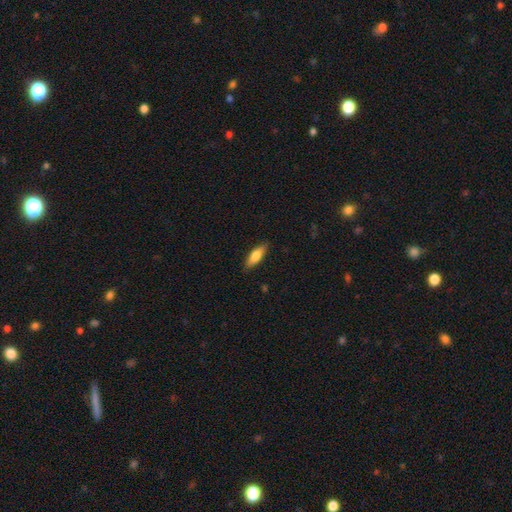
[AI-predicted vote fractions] A smooth galaxy with no disk features (74%) that is in between round and cigar-shaped (57%). Merging: none (86%).